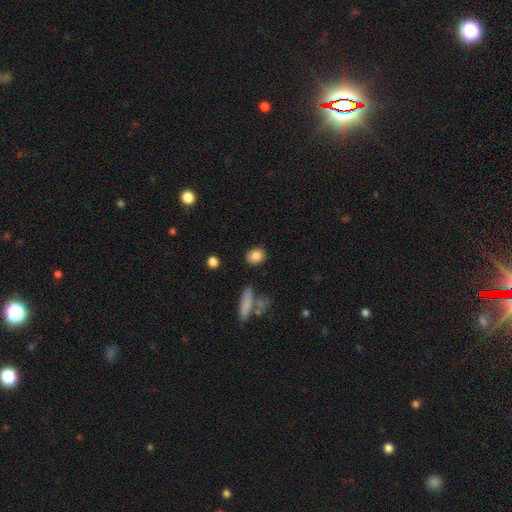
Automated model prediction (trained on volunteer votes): The model was most divided on "how rounded": round: 53%, in between: 44%, cigar-shaped: 2%. More confident: smooth or featured — smooth (83%); merging — none (83%).